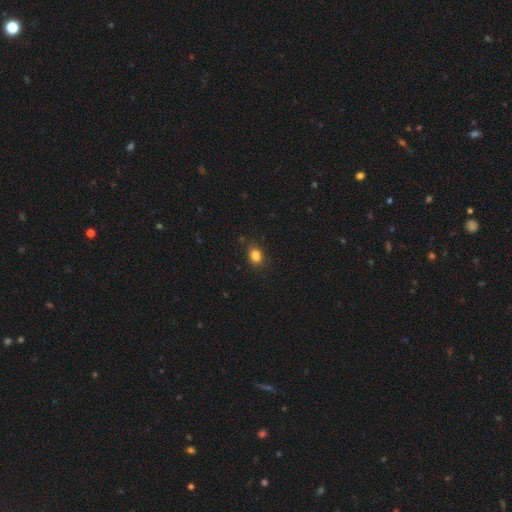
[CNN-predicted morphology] A smooth galaxy with no disk features (84%) that is in between round and cigar-shaped (51%). Merging: none (86%).